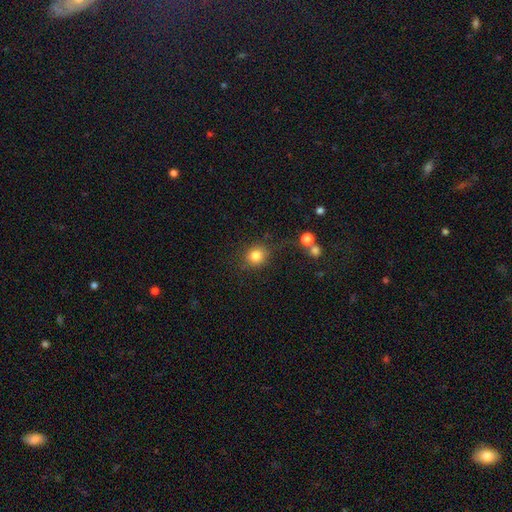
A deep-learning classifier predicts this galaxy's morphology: The model was most divided on "how rounded": round: 82%, in between: 18%, cigar-shaped: 1%. More confident: smooth or featured — smooth (82%); merging — none (79%).